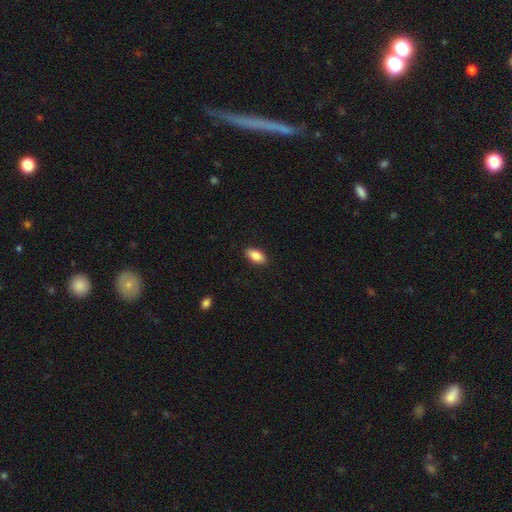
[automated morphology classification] smooth-or-featured: smooth: 86% | featured or disk: 7% | star or artifact: 7%
  how-rounded: in between: 91% | cigar-shaped: 7% | round: 3%
  merging: none: 90% | minor disturbance: 8% | major disturbance: 2% | merger: 1%